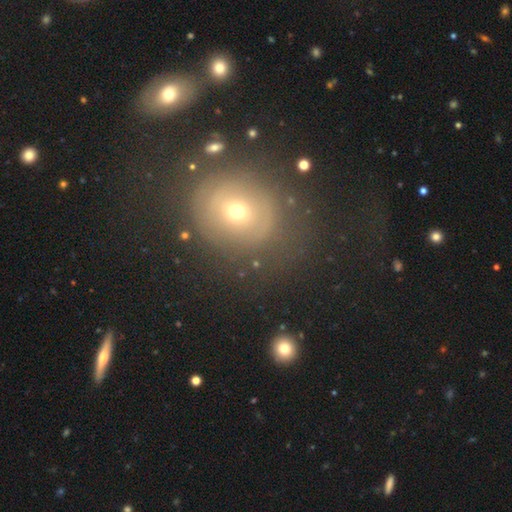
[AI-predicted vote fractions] Smooth or featured: smooth — 49% (featured or disk — 28%)
Merging: none — 74% (minor disturbance — 13%)